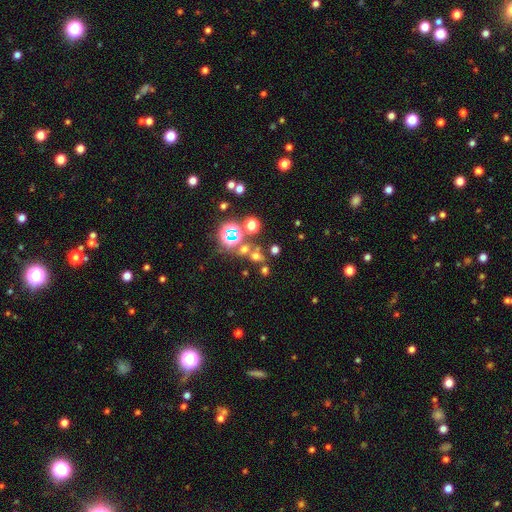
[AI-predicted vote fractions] A star or artifact, not a galaxy (44%).